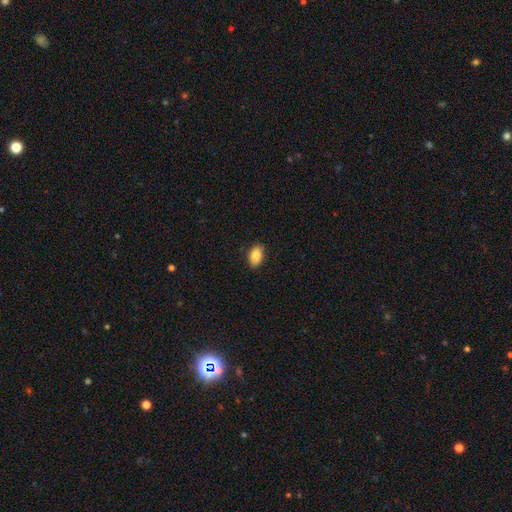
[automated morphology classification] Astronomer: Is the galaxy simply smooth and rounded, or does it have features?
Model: smooth — 84%.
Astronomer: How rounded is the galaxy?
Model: in between — 90%.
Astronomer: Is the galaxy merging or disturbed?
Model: none — 88%.